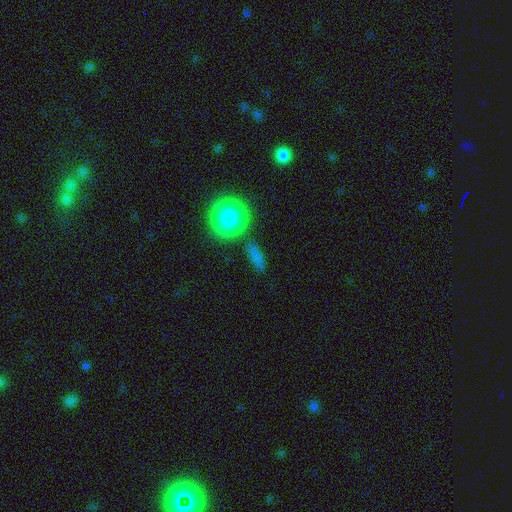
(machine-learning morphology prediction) Smooth or featured? Predicted: smooth (p=0.71). How rounded? Predicted: in between (p=0.41). Merging? Predicted: none (p=0.79).